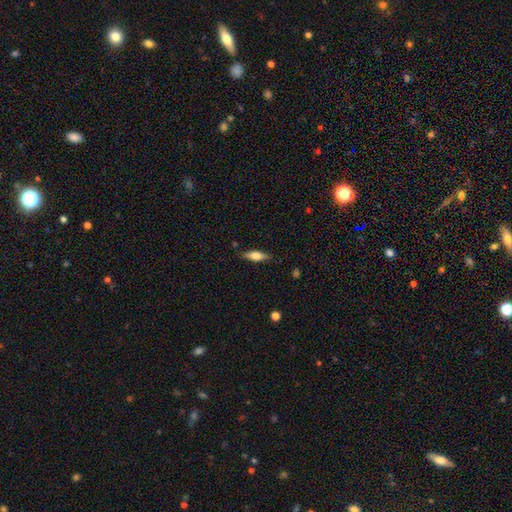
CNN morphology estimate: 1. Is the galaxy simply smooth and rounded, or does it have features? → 65% smooth, 29% featured or disk, 7% star or artifact.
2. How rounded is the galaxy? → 54% in between, 43% cigar-shaped, 3% round.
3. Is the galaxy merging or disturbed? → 83% none, 12% minor disturbance, 3% major disturbance, 2% merger.